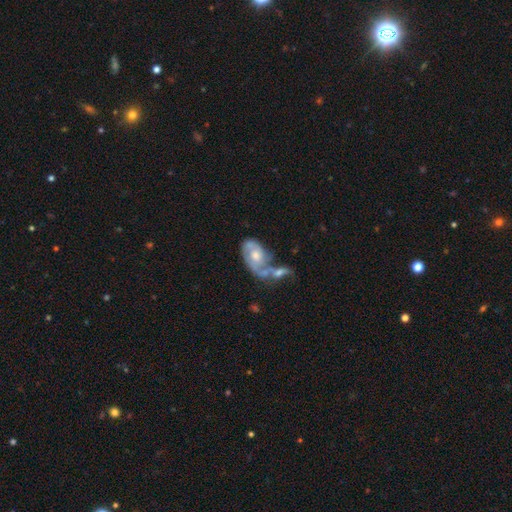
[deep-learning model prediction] Smooth or featured? Predicted: featured or disk (p=0.66). Edge-on disk? Predicted: no (p=0.95). Bar? Predicted: no (p=0.78). Spiral arms? Predicted: yes (p=0.65). Bulge size? Predicted: moderate (p=0.67). Merging? Predicted: merger (p=0.49).